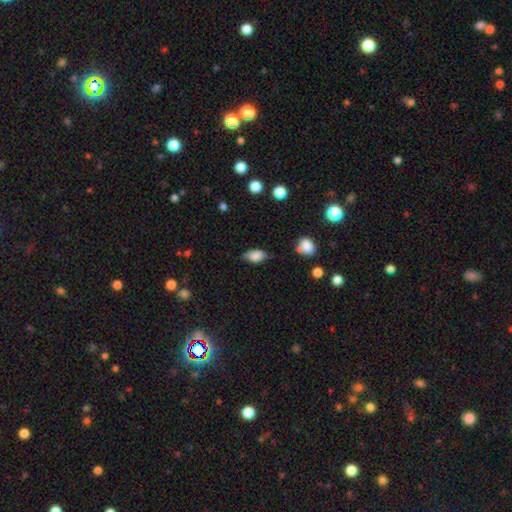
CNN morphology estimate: smooth 80%, featured or disk 12%, star or artifact 9%. Down the decision tree: how rounded — in between (88%); merging — none (65%).